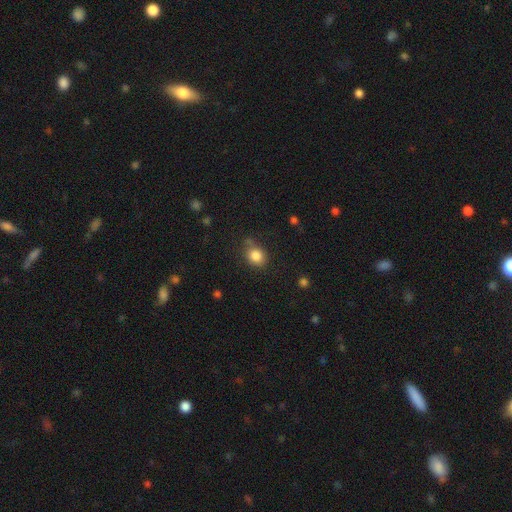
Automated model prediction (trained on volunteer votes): This is clearly a smooth galaxy (84%). How rounded: likely round (63%). Merging: likely none (71%).